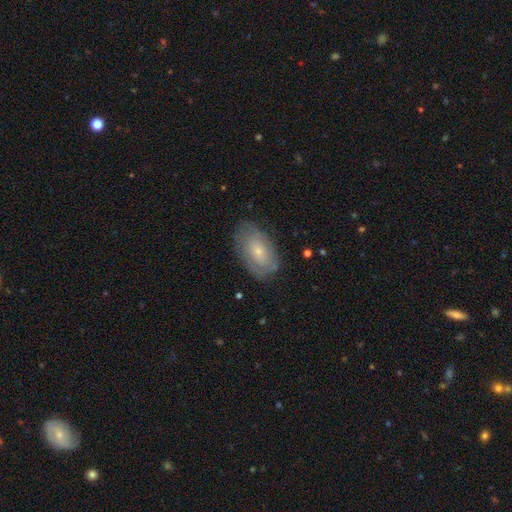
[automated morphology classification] A featured or disk galaxy (43%).

Vote fractions:
- Smooth or featured? featured or disk: 43% / smooth: 40% / star or artifact: 17%
- Merging? none: 82% / minor disturbance: 13% / major disturbance: 3% / merger: 1%